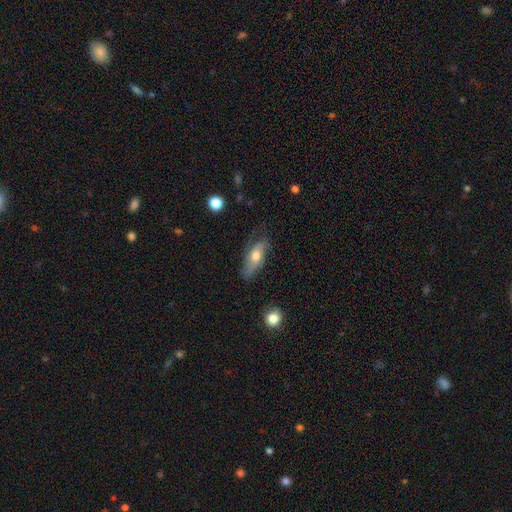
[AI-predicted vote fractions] A smooth galaxy with no disk features (46%, tied with featured or disk). Merging: none (61%).